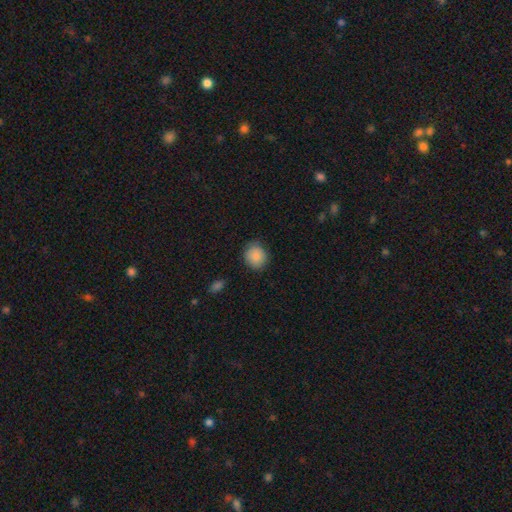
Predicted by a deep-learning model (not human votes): smooth 88%, star or artifact 8%, featured or disk 4%. Down the decision tree: how rounded — round (80%); merging — none (83%).